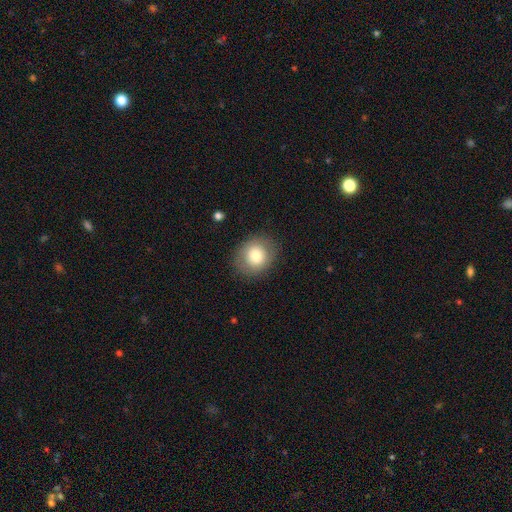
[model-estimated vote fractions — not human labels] A smooth galaxy with no disk features (78%) that is round (67%). Merging: none (85%).